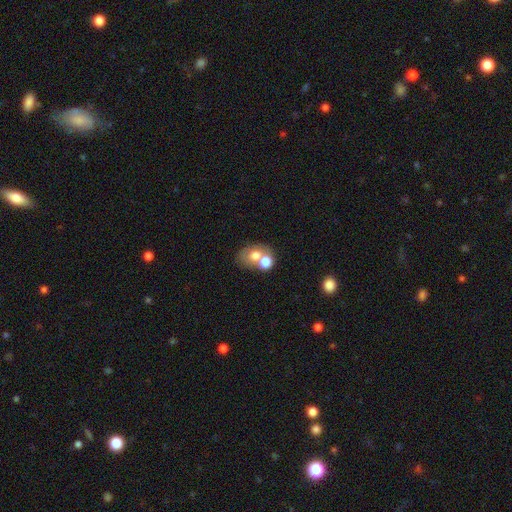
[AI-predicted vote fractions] smooth 67%, featured or disk 23%, star or artifact 11%. Down the decision tree: how rounded — in between (55%); merging — merger (51%).